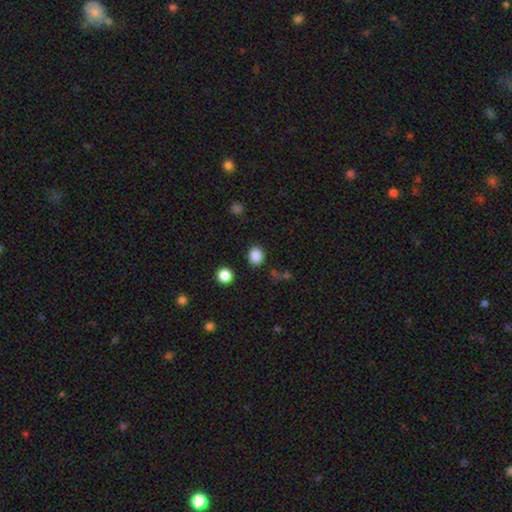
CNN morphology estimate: Smooth or featured: smooth — 85% (star or artifact — 11%)
How rounded: round — 69% (in between — 30%)
Merging: none — 87% (minor disturbance — 8%)